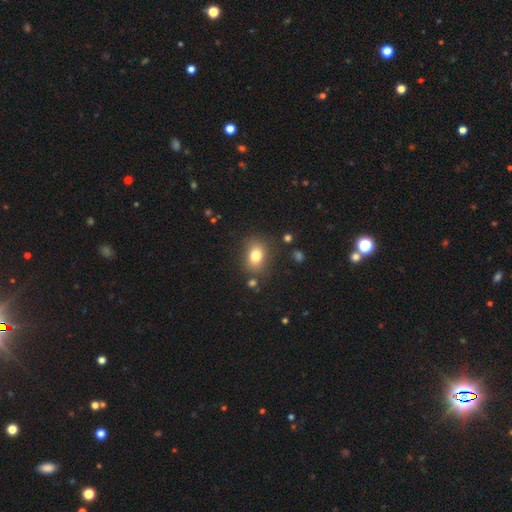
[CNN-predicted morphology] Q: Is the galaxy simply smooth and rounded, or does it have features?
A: smooth — 79%.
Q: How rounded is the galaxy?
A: in between — 62%.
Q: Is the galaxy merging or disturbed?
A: none — 78%.